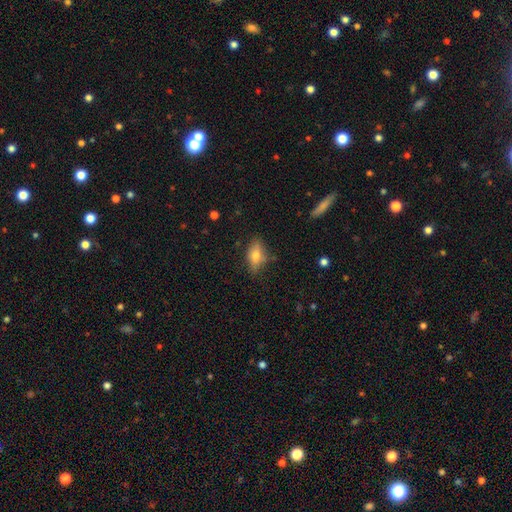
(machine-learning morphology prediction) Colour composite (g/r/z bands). It shows a smooth galaxy with no disk features (66%) that is in between round and cigar-shaped (81%). Merging: none (77%).